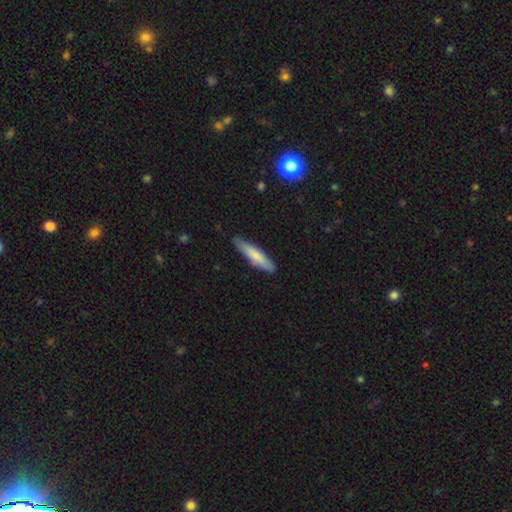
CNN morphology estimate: smooth-or-featured: smooth: 75% | featured or disk: 19% | star or artifact: 5%
  how-rounded: cigar-shaped: 86% | in between: 13% | round: 1%
  merging: none: 84% | minor disturbance: 13% | major disturbance: 2% | merger: 1%